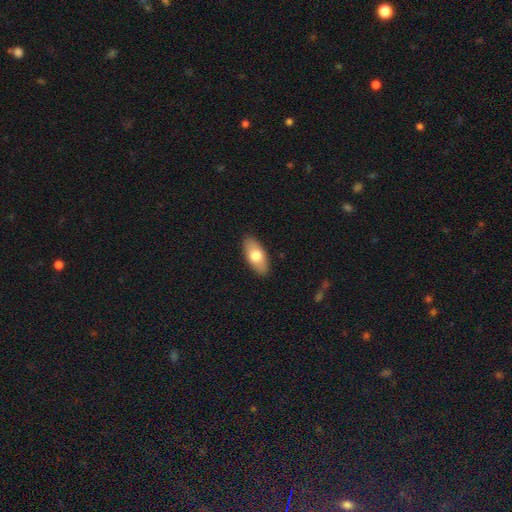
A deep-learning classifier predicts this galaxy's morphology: Smooth or featured?
  - smooth: 72% *
  - featured or disk: 22%
  - star or artifact: 6%
How rounded?
  - in between: 89% *
  - cigar-shaped: 8%
  - round: 3%
Merging?
  - none: 89% *
  - minor disturbance: 8%
  - major disturbance: 2%
  - merger: 1%